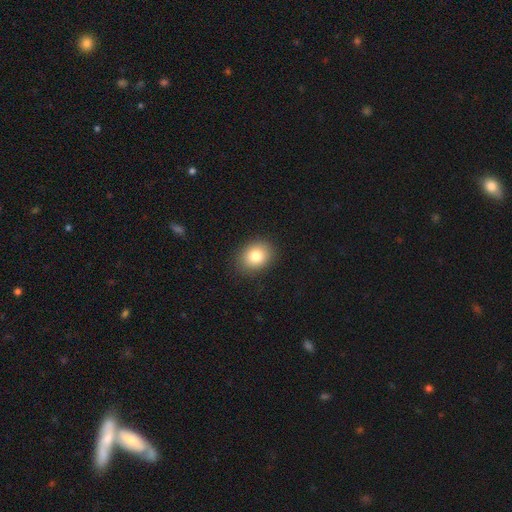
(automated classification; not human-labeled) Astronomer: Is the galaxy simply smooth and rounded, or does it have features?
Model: smooth — 82%.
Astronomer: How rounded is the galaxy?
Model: in between — 50% (runner-up: round, 49%).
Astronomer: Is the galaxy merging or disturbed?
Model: none — 88%.